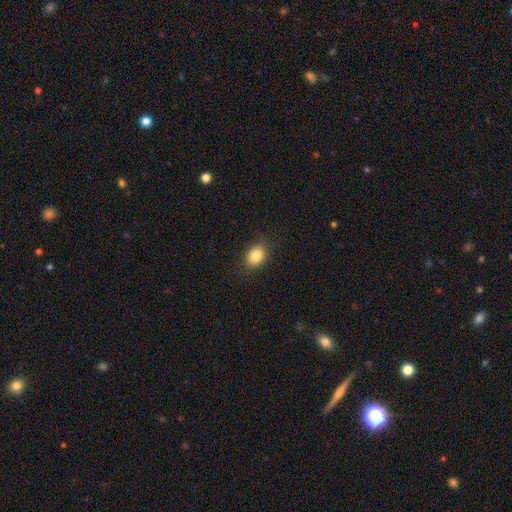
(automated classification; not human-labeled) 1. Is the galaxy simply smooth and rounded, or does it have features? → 85% smooth, 9% star or artifact, 6% featured or disk.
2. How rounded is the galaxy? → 71% in between, 28% round, 1% cigar-shaped.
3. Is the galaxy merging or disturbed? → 87% none, 9% minor disturbance, 3% major disturbance, 1% merger.